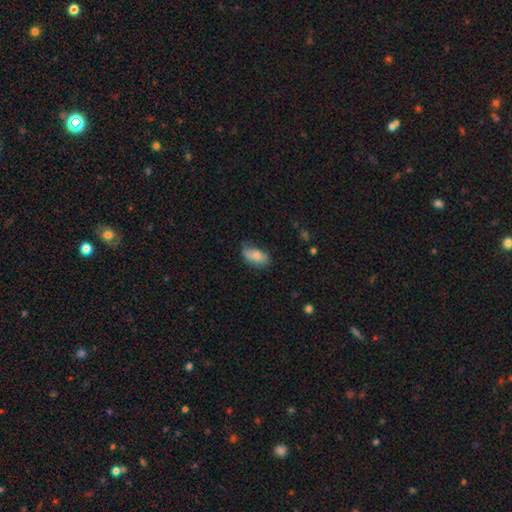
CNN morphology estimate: This appears to be a smooth galaxy with no disk features (79%) that is in between round and cigar-shaped (91%). Merging: none (58%).